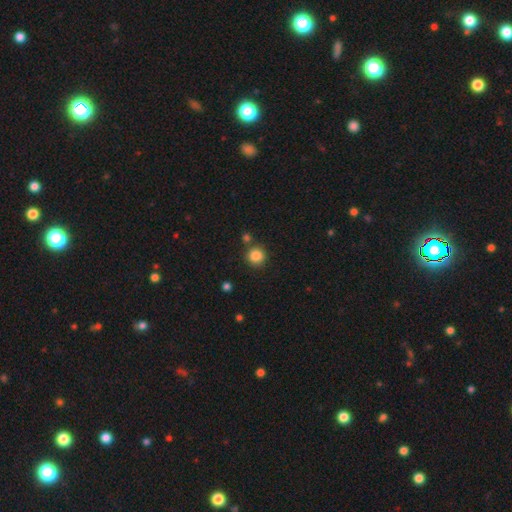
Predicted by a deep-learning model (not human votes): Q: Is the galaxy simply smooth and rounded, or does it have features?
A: smooth — 85%.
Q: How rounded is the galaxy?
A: round — 93%.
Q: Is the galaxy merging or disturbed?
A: none — 81%.